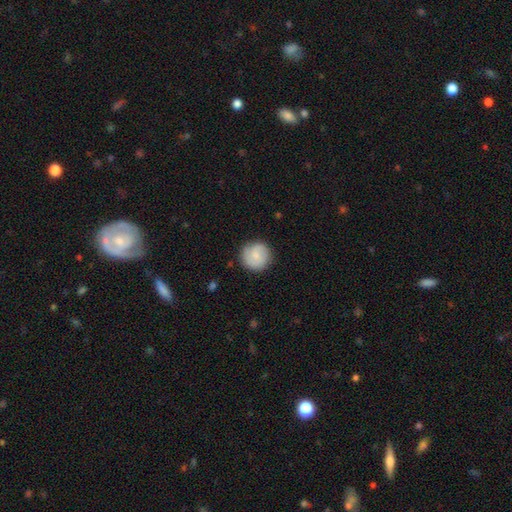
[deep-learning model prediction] Overall: smooth (67%; featured or disk 27%). How rounded: round (94%). Merging: none (84%).